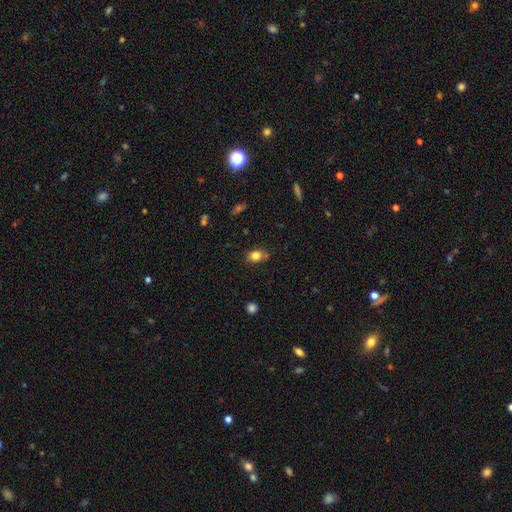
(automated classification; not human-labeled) Smooth or featured? Predicted: smooth (p=0.81). How rounded? Predicted: in between (p=0.67). Merging? Predicted: none (p=0.69).